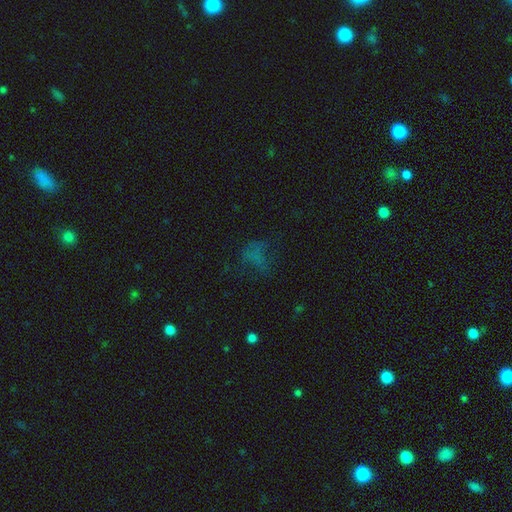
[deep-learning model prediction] This appears to be a smooth galaxy with no disk features (42%). Merging: none (44%).